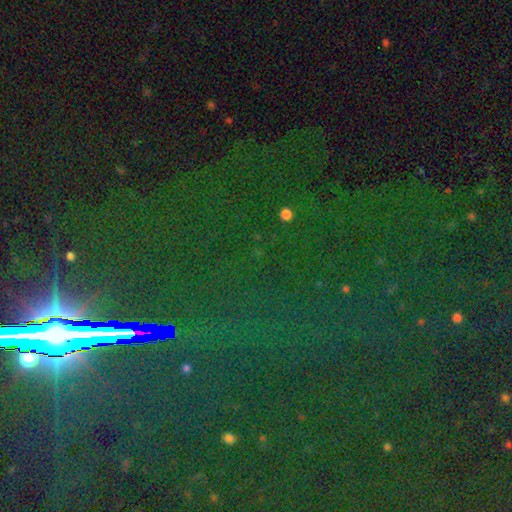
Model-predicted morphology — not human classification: star or artifact 82%, smooth 10%, featured or disk 8%.